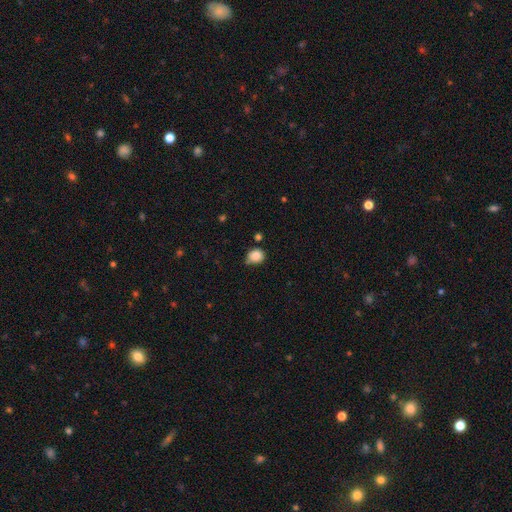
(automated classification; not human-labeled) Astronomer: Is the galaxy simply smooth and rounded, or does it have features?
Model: smooth — 86%.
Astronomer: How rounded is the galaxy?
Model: round — 75%.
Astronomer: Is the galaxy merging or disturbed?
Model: none — 62%.